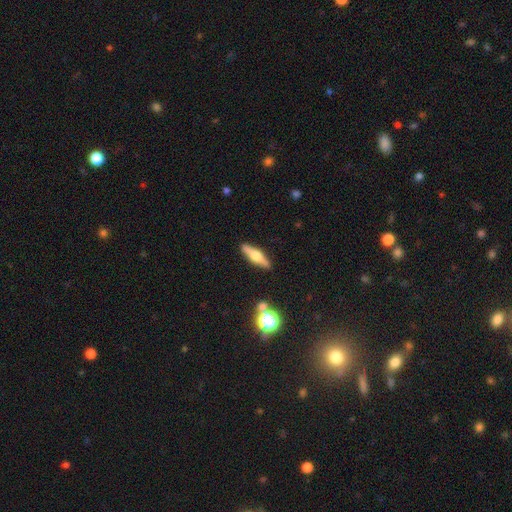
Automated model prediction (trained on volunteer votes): Morphology: type=featured or disk (63%); edge-on=yes (95%); edge-on bulge=rounded (91%); merging=none (88%).